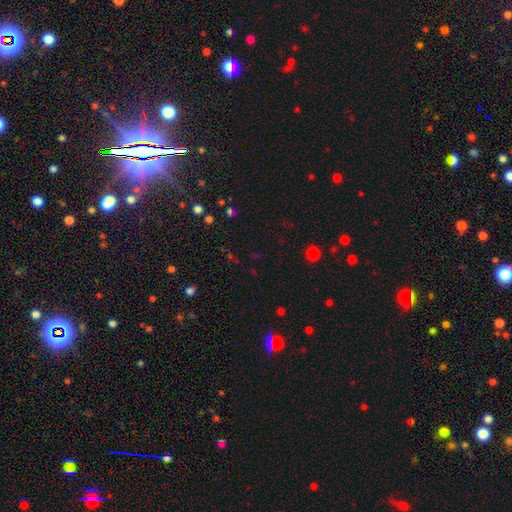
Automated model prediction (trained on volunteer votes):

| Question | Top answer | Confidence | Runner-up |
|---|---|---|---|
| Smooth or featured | star or artifact | 62% | smooth (30%) |